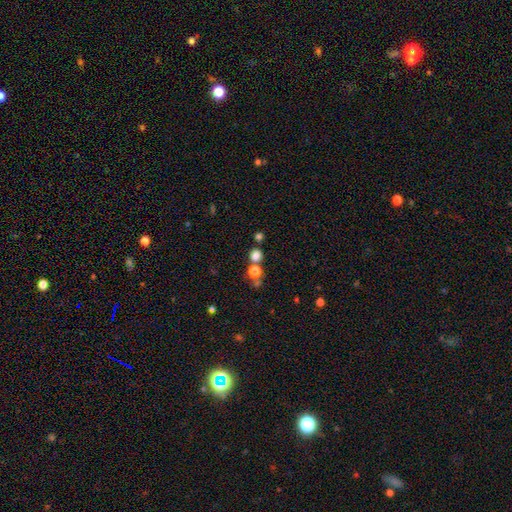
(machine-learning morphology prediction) smooth_or_featured: smooth (p=0.76) [alt: star or artifact p=0.18]
how_rounded: round (p=0.87) [alt: in between p=0.12]
merging: none (p=0.69) [alt: merger p=0.20]